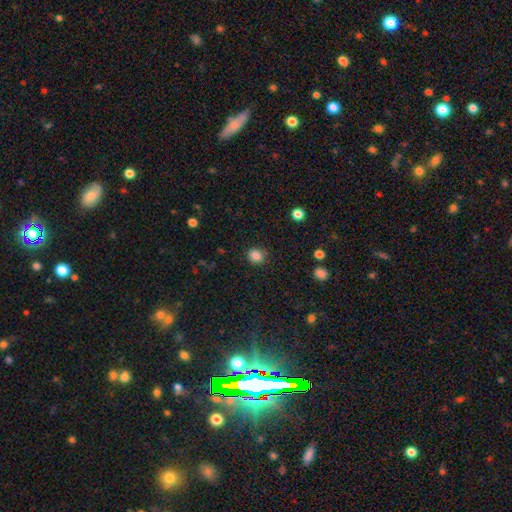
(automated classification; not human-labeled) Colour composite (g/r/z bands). It shows a smooth galaxy with no disk features (85%) that is round (73%). Merging: none (86%).